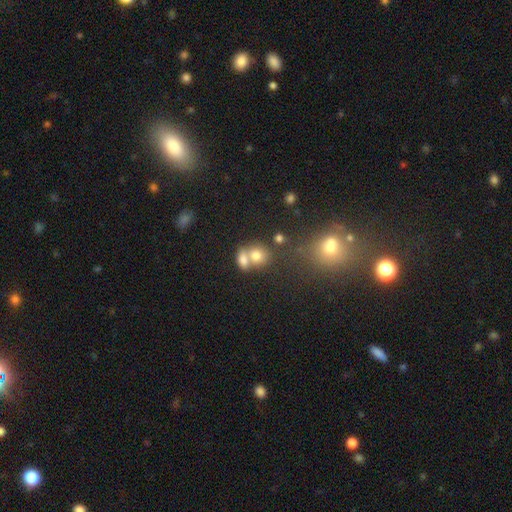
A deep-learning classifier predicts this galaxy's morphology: This is likely a smooth galaxy (73%). How rounded: possibly round (60%). Merging: possibly merger (54%).